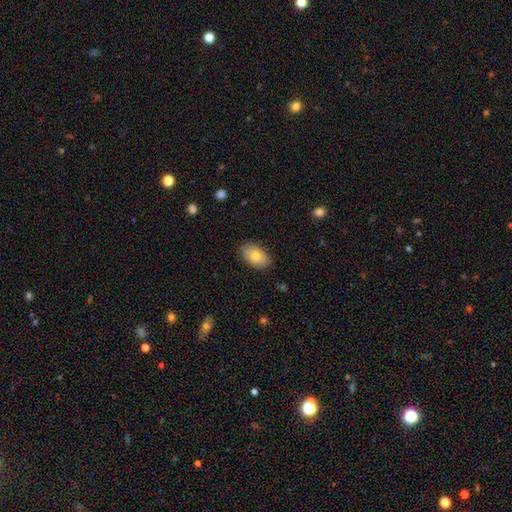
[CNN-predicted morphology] smooth 78%, featured or disk 15%, star or artifact 7%. Down the decision tree: how rounded — in between (92%); merging — none (86%).